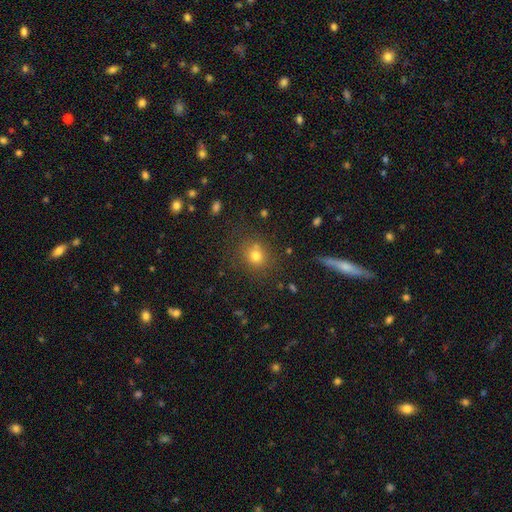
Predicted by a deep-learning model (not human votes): smooth-or-featured: smooth: 74% | star or artifact: 17% | featured or disk: 9%
  how-rounded: round: 82% | in between: 17% | cigar-shaped: 1%
  merging: none: 76% | minor disturbance: 11% | merger: 9% | major disturbance: 4%